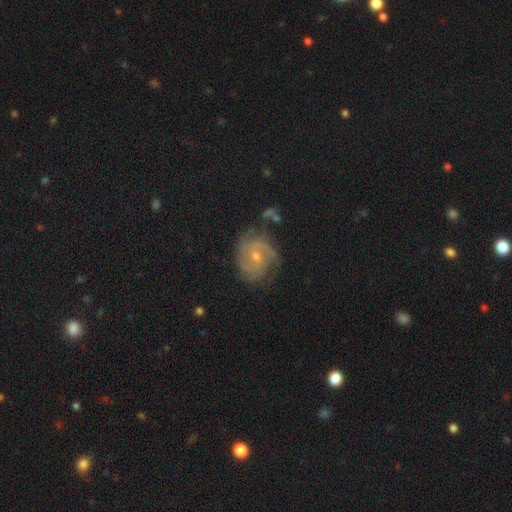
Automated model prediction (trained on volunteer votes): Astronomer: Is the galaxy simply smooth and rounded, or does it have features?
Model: featured or disk — 84%.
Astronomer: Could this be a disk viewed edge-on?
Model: no — 98%.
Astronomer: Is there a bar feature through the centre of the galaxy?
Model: no — 60%.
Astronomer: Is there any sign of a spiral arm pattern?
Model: yes — 96%.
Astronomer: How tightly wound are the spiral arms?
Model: tight — 51% (runner-up: medium, 38%).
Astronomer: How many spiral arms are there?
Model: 2 — 32% (runner-up: 3, 31%).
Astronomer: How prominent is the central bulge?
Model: small — 61% (runner-up: moderate, 36%).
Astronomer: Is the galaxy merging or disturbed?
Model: none — 65%.